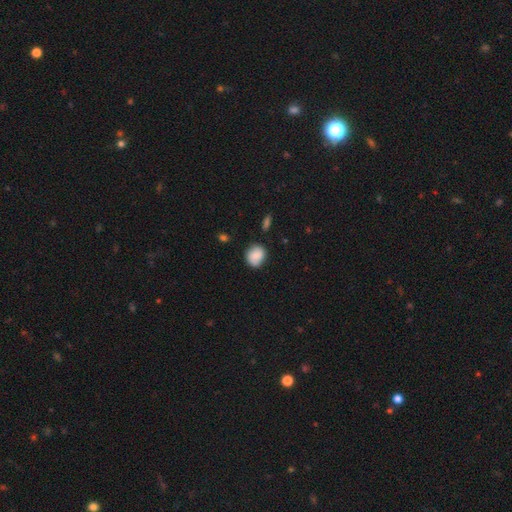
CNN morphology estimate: A smooth galaxy with no disk features (78%) that is round (69%). Merging: none (73%).